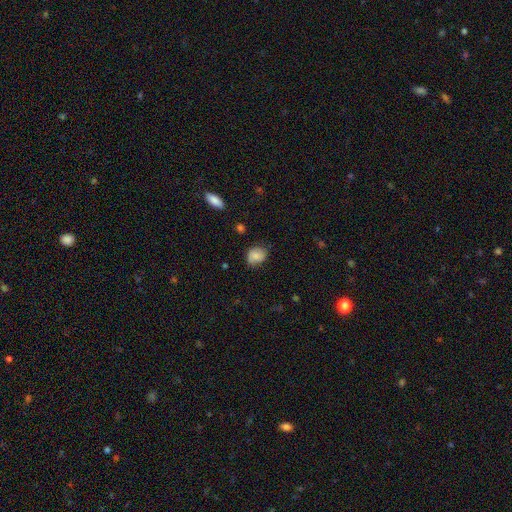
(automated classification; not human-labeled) This is likely a smooth galaxy (77%). How rounded: possibly round (55%). Merging: likely none (67%).